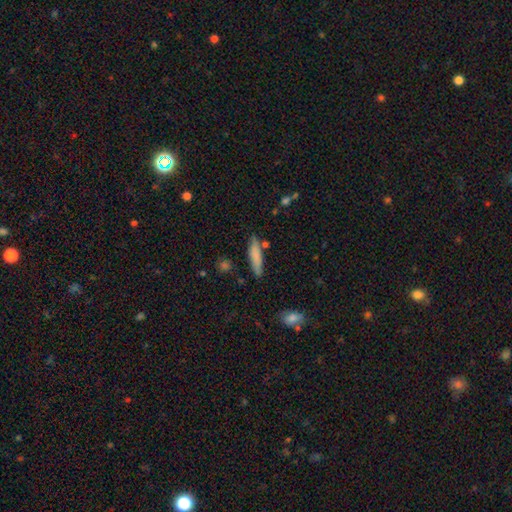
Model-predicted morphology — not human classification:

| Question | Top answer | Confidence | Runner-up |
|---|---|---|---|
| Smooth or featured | smooth | 77% | featured or disk (16%) |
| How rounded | cigar-shaped | 84% | in between (14%) |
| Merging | none | 81% | minor disturbance (12%) |